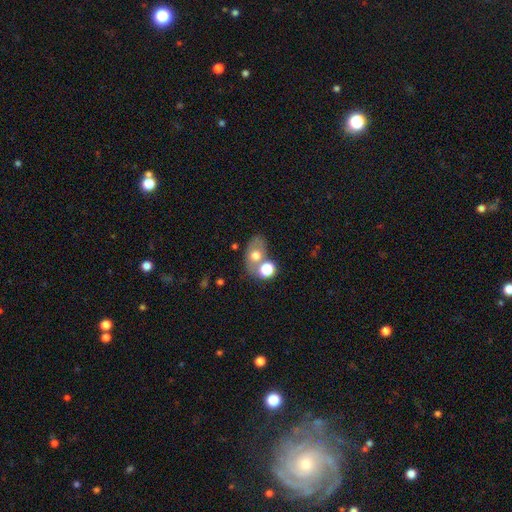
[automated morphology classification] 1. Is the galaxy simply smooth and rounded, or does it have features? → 59% smooth, 29% featured or disk, 12% star or artifact.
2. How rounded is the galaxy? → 72% in between, 26% round, 2% cigar-shaped.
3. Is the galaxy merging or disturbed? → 49% none, 32% merger, 13% minor disturbance, 6% major disturbance.